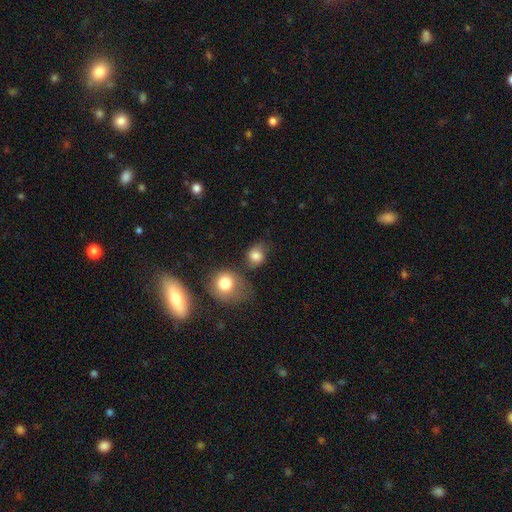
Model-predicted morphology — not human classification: smooth-or-featured: smooth: 79% | featured or disk: 11% | star or artifact: 10%
  how-rounded: round: 60% | in between: 39% | cigar-shaped: 1%
  merging: none: 54% | minor disturbance: 20% | merger: 16% | major disturbance: 10%